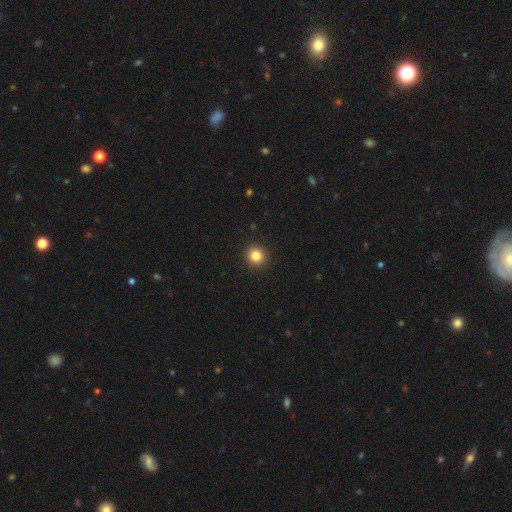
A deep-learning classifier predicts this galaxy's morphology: This is clearly a smooth galaxy (84%). How rounded: clearly round (92%). Merging: clearly none (93%).